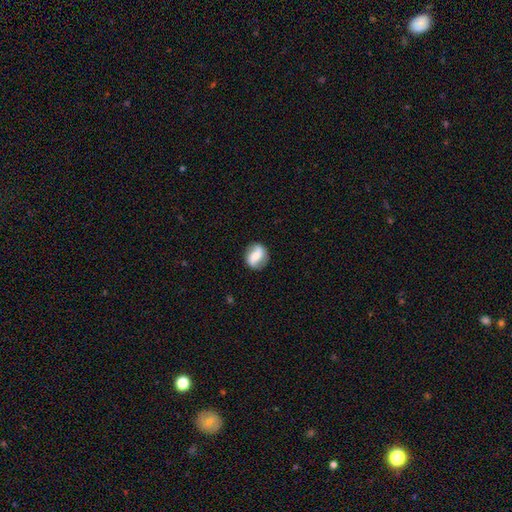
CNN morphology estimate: Q: Smooth or featured?
A: featured or disk (50%); runner-up: smooth (43%)
Q: Merging?
A: none (83%); runner-up: minor disturbance (12%)